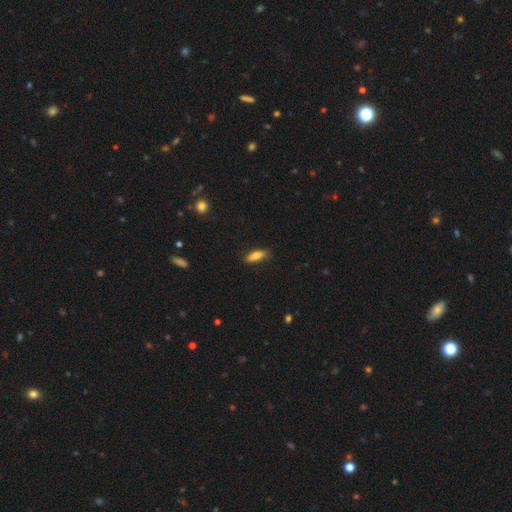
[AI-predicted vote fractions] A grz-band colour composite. It shows a smooth galaxy with no disk features (80%) that is in between round and cigar-shaped (63%). Merging: none (83%).